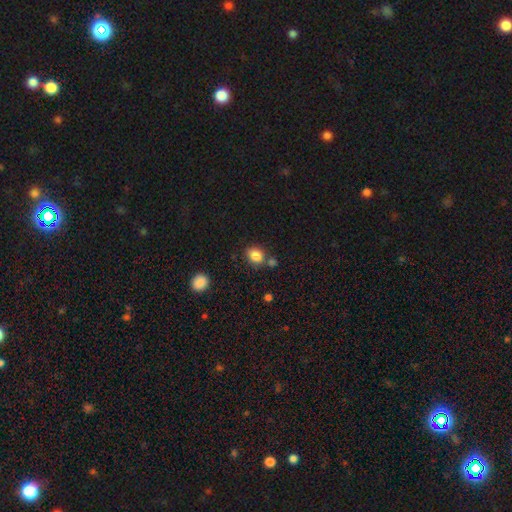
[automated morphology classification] smooth 84%, star or artifact 10%, featured or disk 6%. Down the decision tree: how rounded — in between (53%); merging — none (70%).